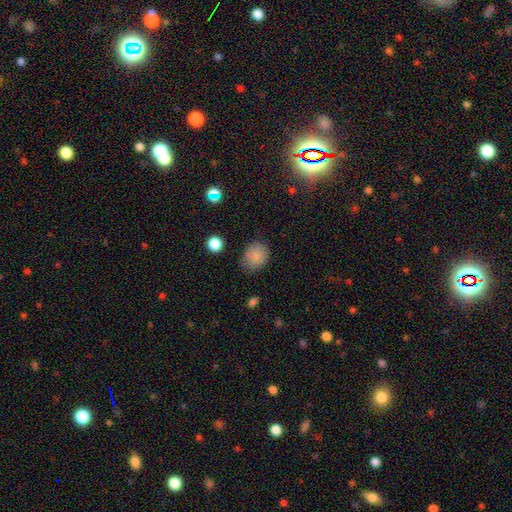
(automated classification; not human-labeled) A smooth galaxy with no disk features (84%) that is round (62%).

Vote fractions:
- Smooth or featured? smooth: 84% / star or artifact: 10% / featured or disk: 5%
- How rounded? round: 62% / in between: 37% / cigar-shaped: 1%
- Merging? none: 73% / minor disturbance: 20% / major disturbance: 5% / merger: 2%